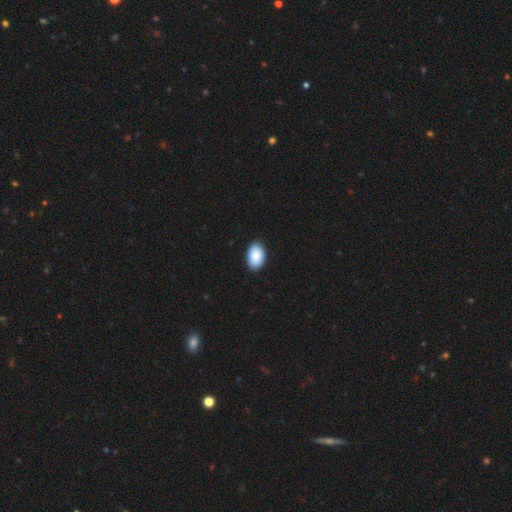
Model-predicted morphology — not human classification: Smooth or featured?
  - smooth: 91% *
  - star or artifact: 6%
  - featured or disk: 3%
How rounded?
  - in between: 92% *
  - round: 7%
  - cigar-shaped: 1%
Merging?
  - none: 89% *
  - minor disturbance: 8%
  - major disturbance: 2%
  - merger: 1%